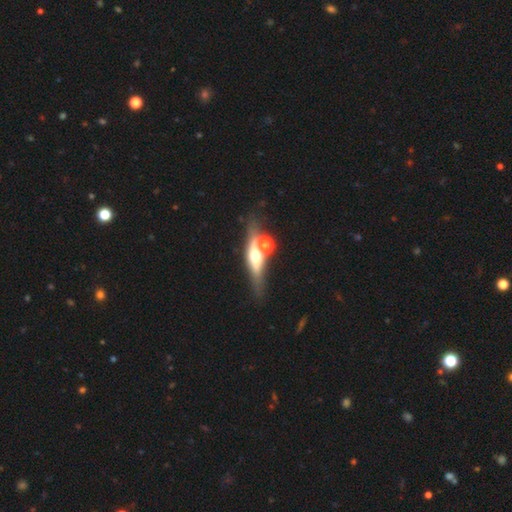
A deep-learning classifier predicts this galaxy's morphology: The model was most divided on "smooth or featured": featured or disk: 59%, smooth: 30%, star or artifact: 10%. More confident: edge-on disk — yes (83%); merging — none (58%).